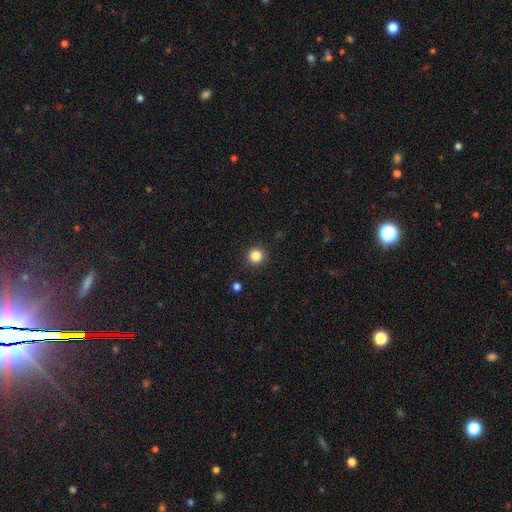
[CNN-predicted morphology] smooth-or-featured: smooth: 84% | star or artifact: 12% | featured or disk: 4%
  how-rounded: round: 94% | in between: 5% | cigar-shaped: 1%
  merging: none: 92% | minor disturbance: 5% | major disturbance: 2% | merger: 1%